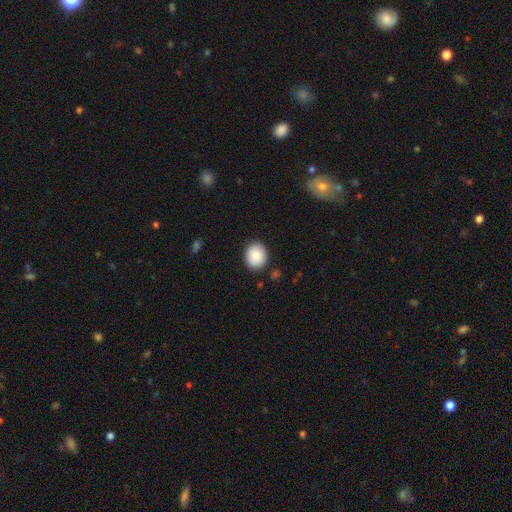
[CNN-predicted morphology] A smooth galaxy with no disk features (88%) that is round (64%). Merging: none (88%).